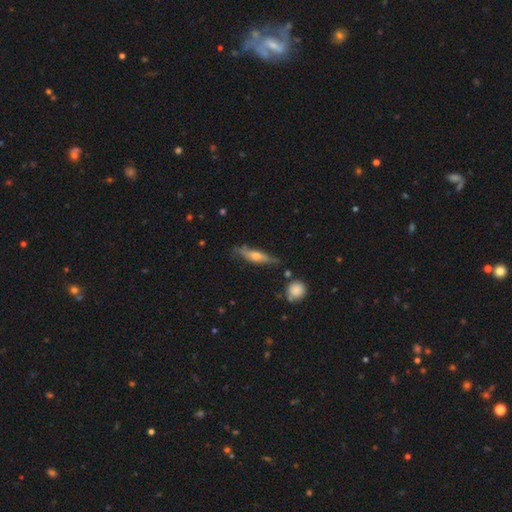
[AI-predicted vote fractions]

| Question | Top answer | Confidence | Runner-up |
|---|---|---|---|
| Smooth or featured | featured or disk | 57% | smooth (36%) |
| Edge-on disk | yes | 89% | no (11%) |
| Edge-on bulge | rounded | 84% | boxy (9%) |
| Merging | none | 73% | minor disturbance (19%) |